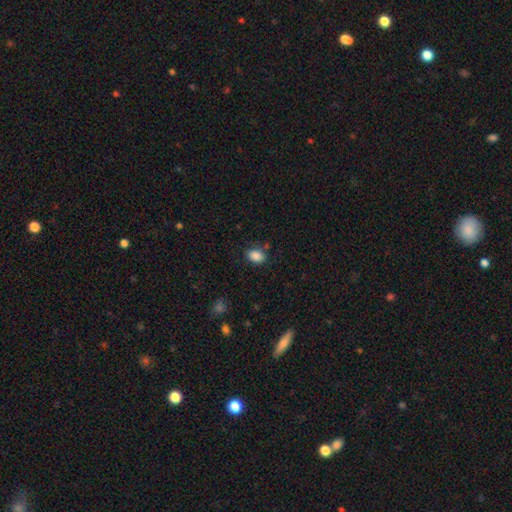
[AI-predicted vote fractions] Overall: smooth (87%). How rounded: in between (80%). Merging: none (77%).